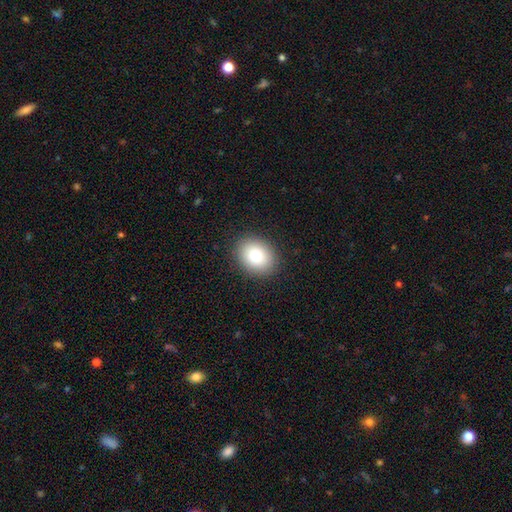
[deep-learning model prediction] This is likely a smooth galaxy (79%). How rounded: possibly round (51%). Merging: clearly none (89%).